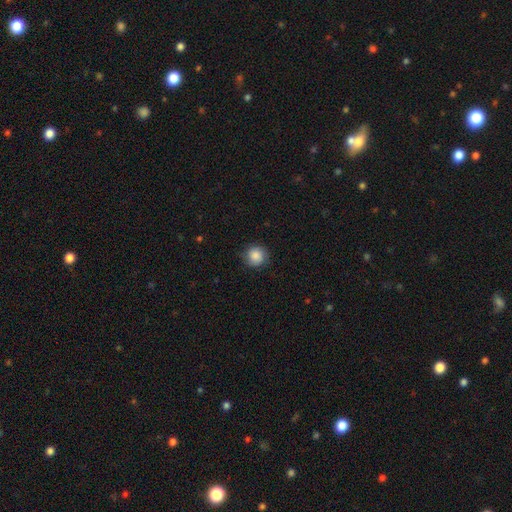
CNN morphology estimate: The model was most divided on "merging": none: 83%, minor disturbance: 12%, major disturbance: 3%, merger: 1%. More confident: how rounded — round (93%); smooth or featured — smooth (85%).